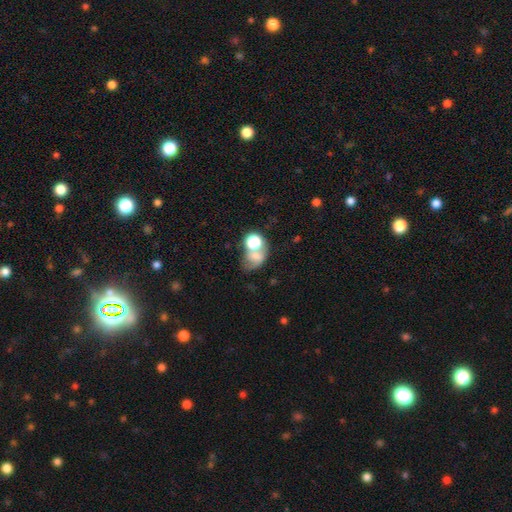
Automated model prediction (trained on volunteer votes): Smooth or featured?
  - smooth: 56% *
  - featured or disk: 25%
  - star or artifact: 19%
How rounded?
  - in between: 55% *
  - round: 44%
  - cigar-shaped: 1%
Merging?
  - merger: 43% *
  - none: 26%
  - major disturbance: 17%
  - minor disturbance: 14%